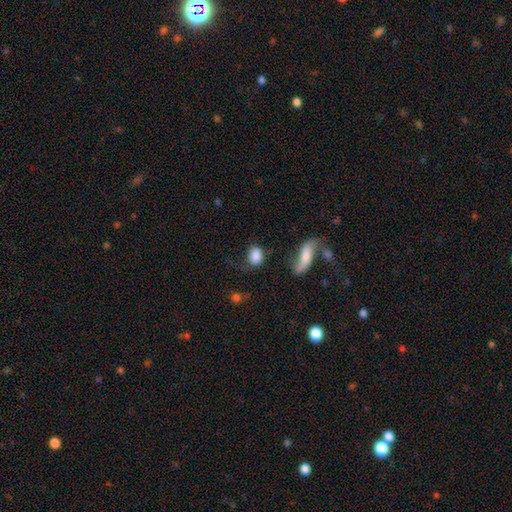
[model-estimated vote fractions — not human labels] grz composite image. It shows a smooth galaxy with no disk features (83%) that is in between round and cigar-shaped (78%). Merging: none (54%).